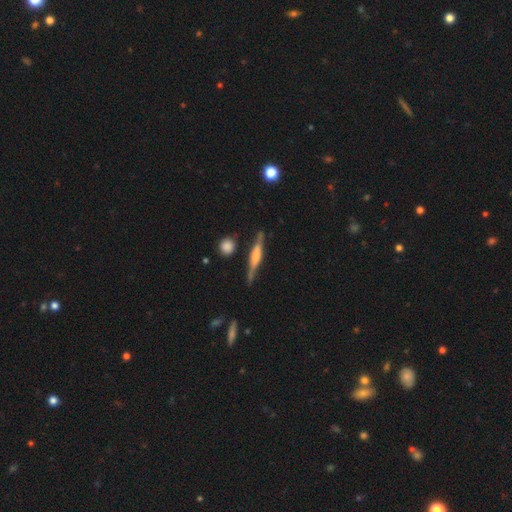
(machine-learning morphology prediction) Smooth or featured? Predicted: featured or disk (p=0.71). Edge-on disk? Predicted: yes (p=0.96). Edge-on bulge? Predicted: rounded (p=0.56). Merging? Predicted: none (p=0.80).